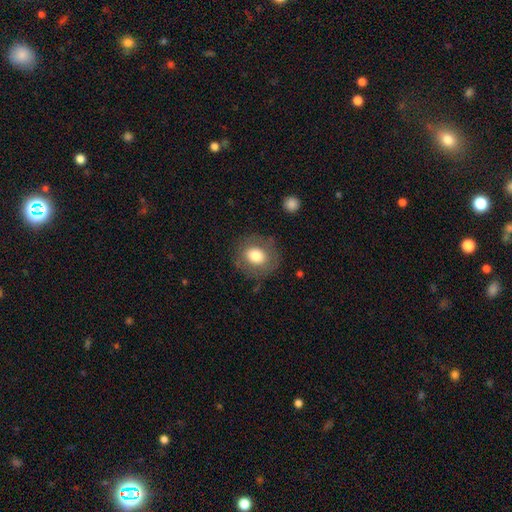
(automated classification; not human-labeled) Smooth or featured: smooth — 73% (featured or disk — 19%)
How rounded: round — 76% (in between — 23%)
Merging: none — 78% (minor disturbance — 13%)